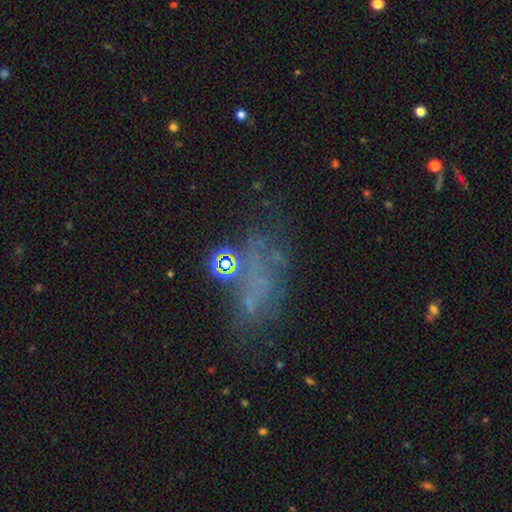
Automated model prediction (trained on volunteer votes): featured or disk 36%, star or artifact 34%, smooth 30%. Down the decision tree: merging — none (42%).